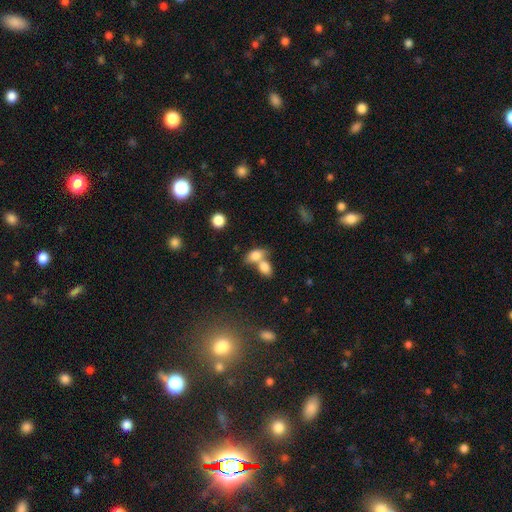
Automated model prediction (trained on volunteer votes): Overall: smooth (80%). How rounded: in between (86%). Merging: merger (59%; none 29%).